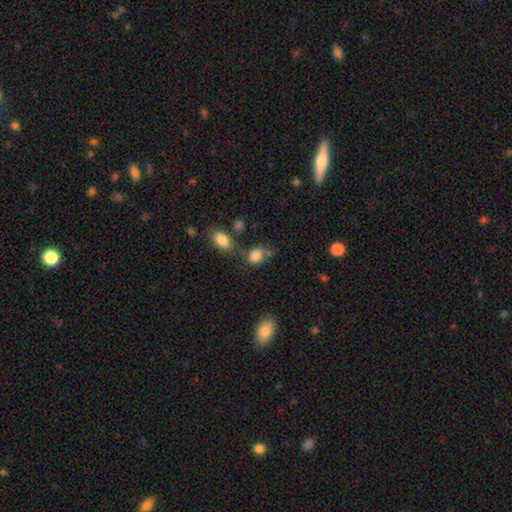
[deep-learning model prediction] smooth 83%, star or artifact 11%, featured or disk 6%. Down the decision tree: how rounded — in between (53%); merging — none (52%).